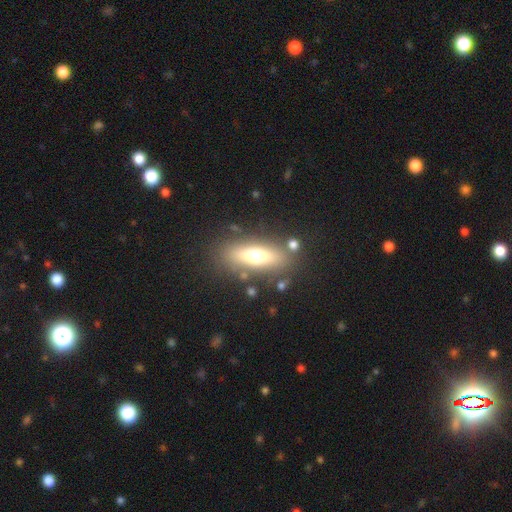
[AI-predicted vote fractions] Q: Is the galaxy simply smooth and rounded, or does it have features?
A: smooth — 56%.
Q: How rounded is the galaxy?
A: in between — 59%.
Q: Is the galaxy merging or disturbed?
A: none — 80%.